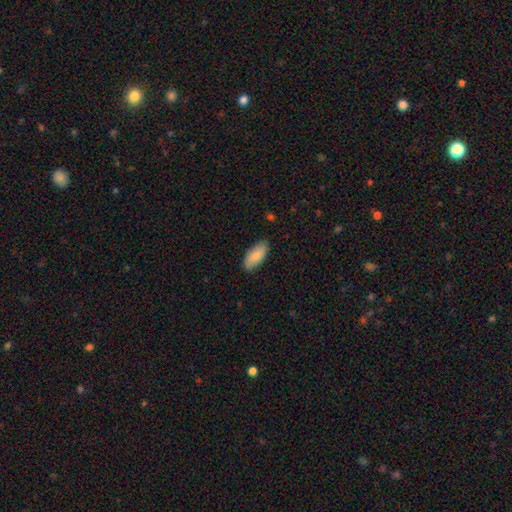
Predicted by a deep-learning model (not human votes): A smooth galaxy with no disk features (87%) that is in between round and cigar-shaped (85%). Merging: none (85%).